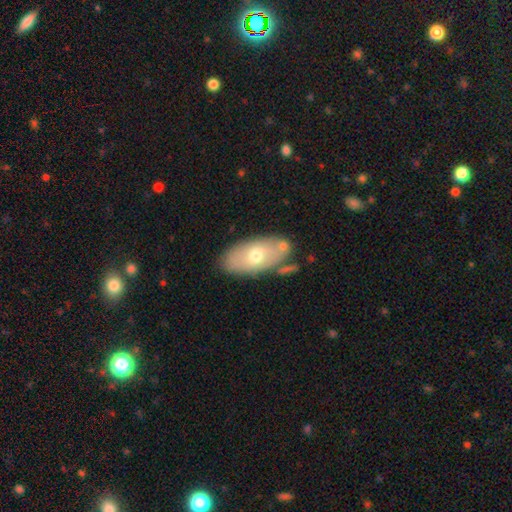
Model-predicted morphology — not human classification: smooth 58%, featured or disk 35%, star or artifact 7%. Down the decision tree: how rounded — in between (91%); merging — none (70%).